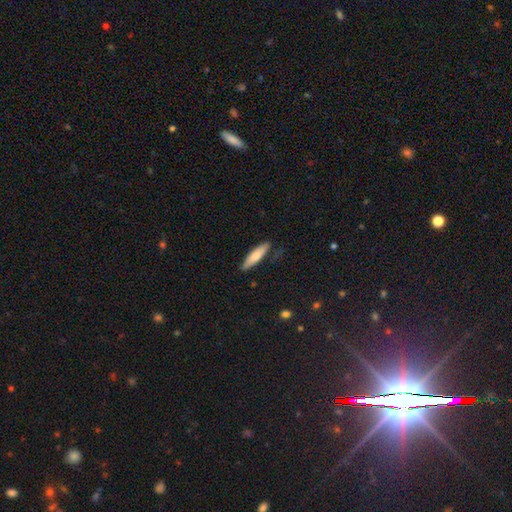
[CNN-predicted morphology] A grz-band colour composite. It shows a smooth galaxy with no disk features (72%) that is cigar-shaped (72%). Merging: none (80%).